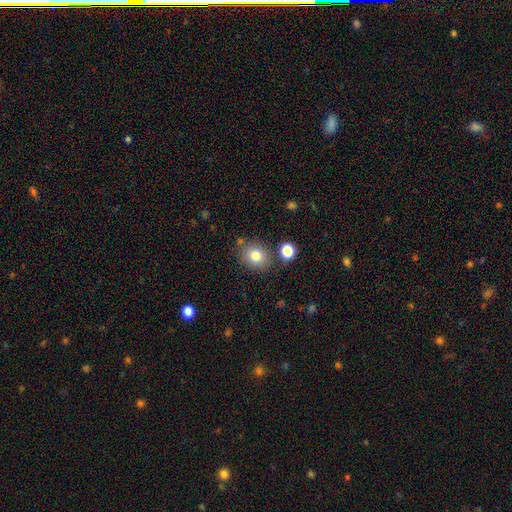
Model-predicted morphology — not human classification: smooth 80%, star or artifact 11%, featured or disk 9%. Down the decision tree: how rounded — round (60%); merging — none (77%).